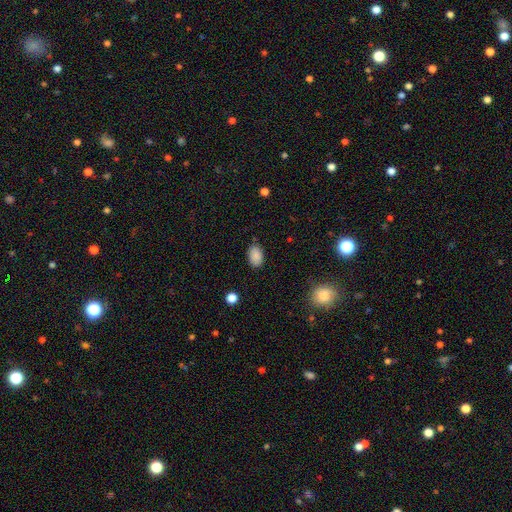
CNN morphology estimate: A smooth galaxy with no disk features (88%) that is in between round and cigar-shaped (88%).

Vote fractions:
- Smooth or featured? smooth: 88% / star or artifact: 8% / featured or disk: 4%
- How rounded? in between: 88% / round: 11% / cigar-shaped: 1%
- Merging? none: 85% / minor disturbance: 11% / major disturbance: 3% / merger: 1%